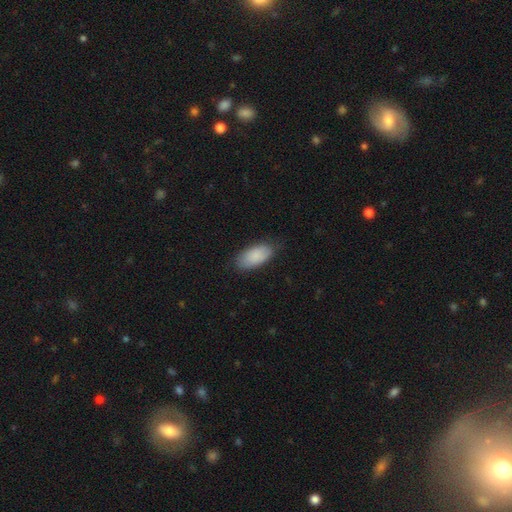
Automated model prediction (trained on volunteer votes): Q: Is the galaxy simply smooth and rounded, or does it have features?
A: smooth — 88%.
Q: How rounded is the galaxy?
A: in between — 93%.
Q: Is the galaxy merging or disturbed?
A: none — 77%.